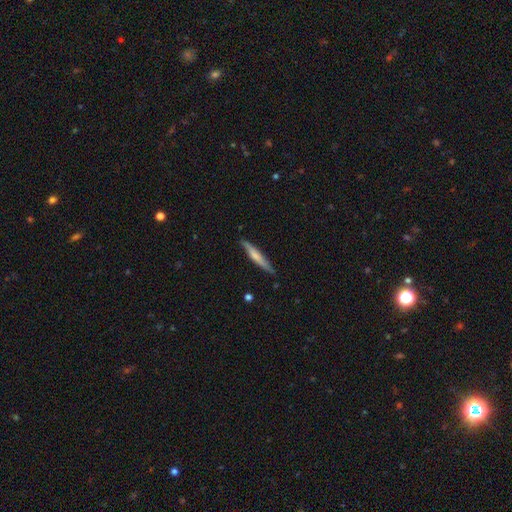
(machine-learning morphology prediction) smooth_or_featured: smooth (p=0.57) [alt: featured or disk p=0.38]
how_rounded: cigar-shaped (p=0.93) [alt: in between p=0.05]
merging: none (p=0.81) [alt: minor disturbance p=0.15]